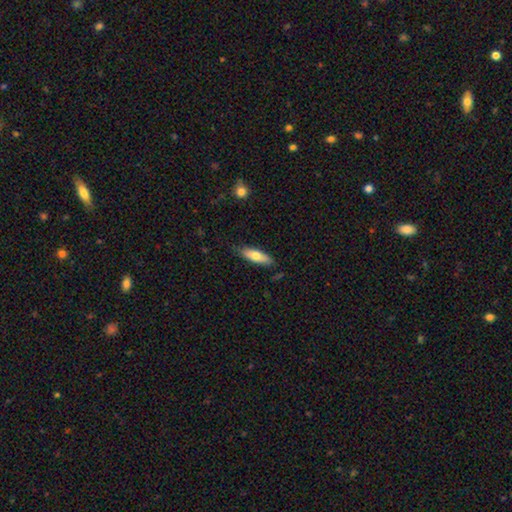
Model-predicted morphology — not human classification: Q: Smooth or featured?
A: smooth (69%); runner-up: featured or disk (25%)
Q: How rounded?
A: in between (53%); runner-up: cigar-shaped (45%)
Q: Merging?
A: none (83%); runner-up: minor disturbance (13%)